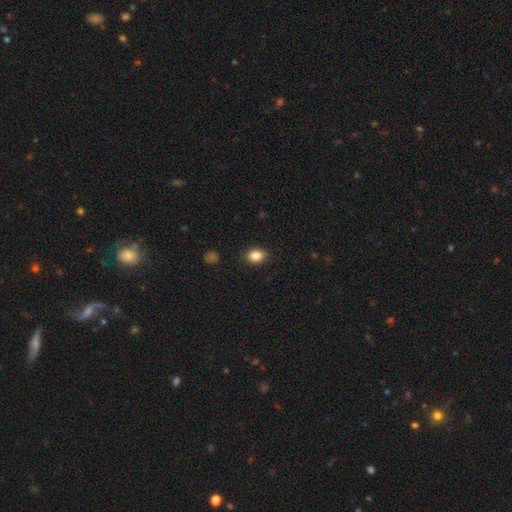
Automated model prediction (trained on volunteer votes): Smooth or featured: smooth — 86% (star or artifact — 9%)
How rounded: in between — 72% (round — 27%)
Merging: none — 88% (minor disturbance — 9%)